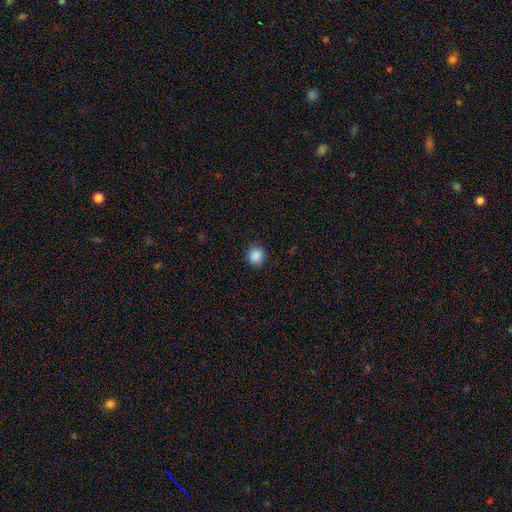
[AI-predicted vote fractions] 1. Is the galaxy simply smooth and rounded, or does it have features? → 88% smooth, 9% star or artifact, 3% featured or disk.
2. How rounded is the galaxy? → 86% round, 13% in between, 1% cigar-shaped.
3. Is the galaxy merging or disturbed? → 89% none, 8% minor disturbance, 2% major disturbance, 1% merger.